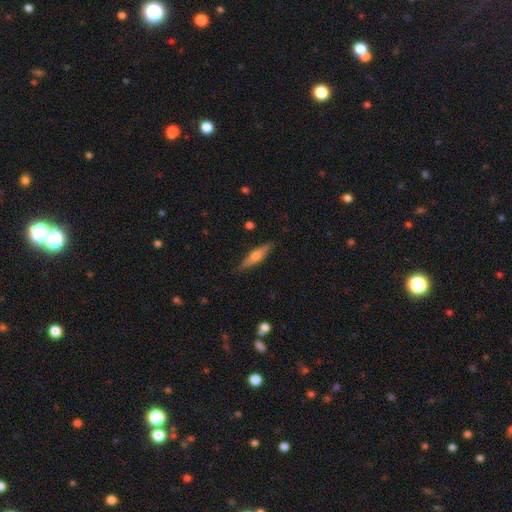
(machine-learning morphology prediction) featured or disk 49%, smooth 45%, star or artifact 6%. Down the decision tree: merging — none (87%).